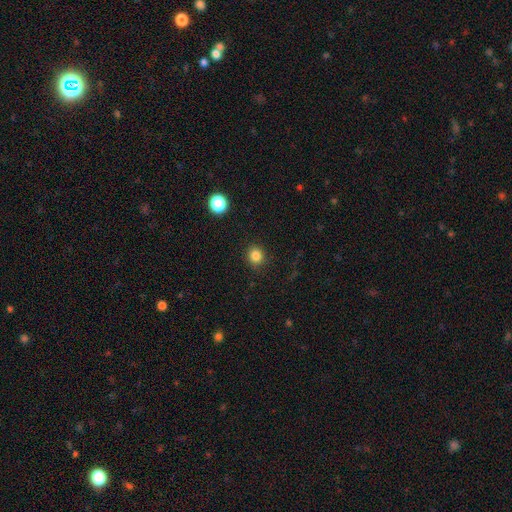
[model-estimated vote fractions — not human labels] Morphology: type=smooth (84%); roundness=round (86%); merging=none (89%).